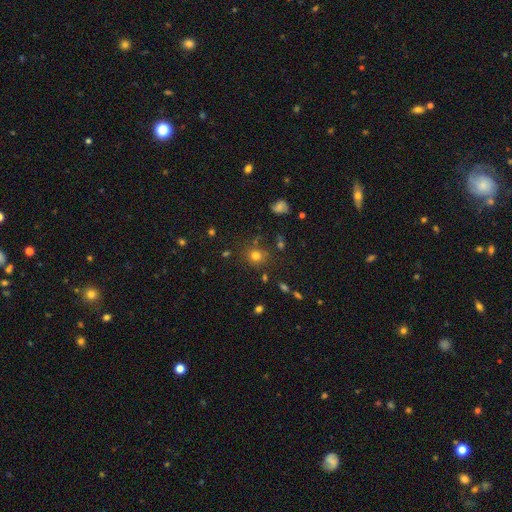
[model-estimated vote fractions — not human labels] smooth 73%, star or artifact 18%, featured or disk 8%. Down the decision tree: how rounded — round (81%); merging — none (77%).